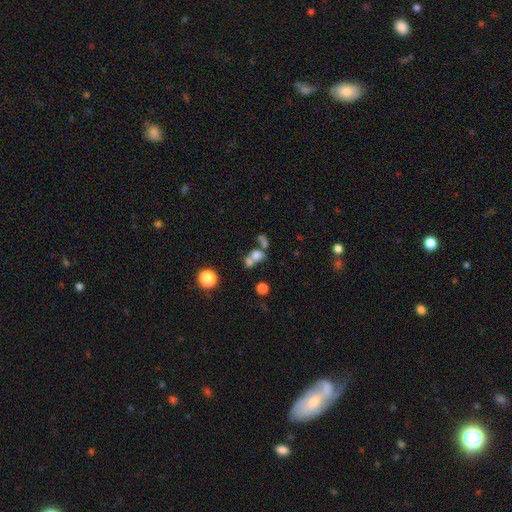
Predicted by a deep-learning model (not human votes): Smooth or featured?
  - smooth: 65% *
  - star or artifact: 18%
  - featured or disk: 17%
How rounded?
  - round: 51% *
  - in between: 46%
  - cigar-shaped: 3%
Merging?
  - merger: 54% *
  - none: 30%
  - minor disturbance: 9%
  - major disturbance: 8%